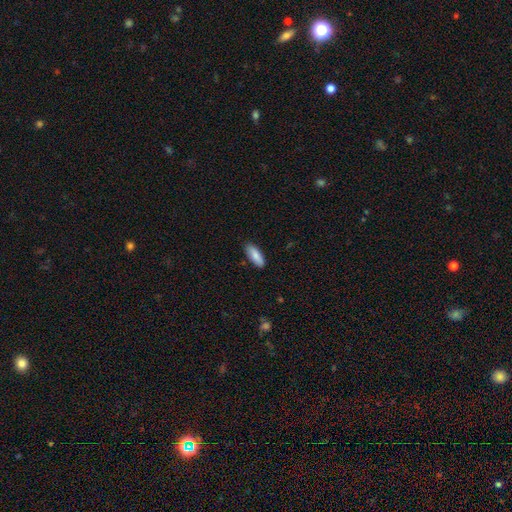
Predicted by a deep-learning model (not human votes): A smooth galaxy with no disk features (84%) that is in between round and cigar-shaped (68%). Merging: none (87%).